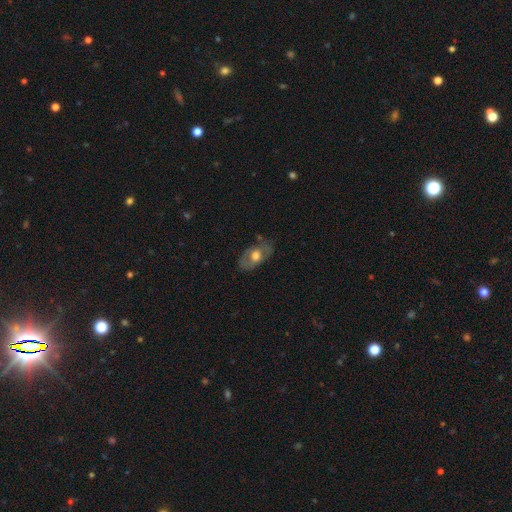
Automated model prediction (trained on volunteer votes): Overall: smooth (49%; featured or disk 44%). Merging: none (68%).